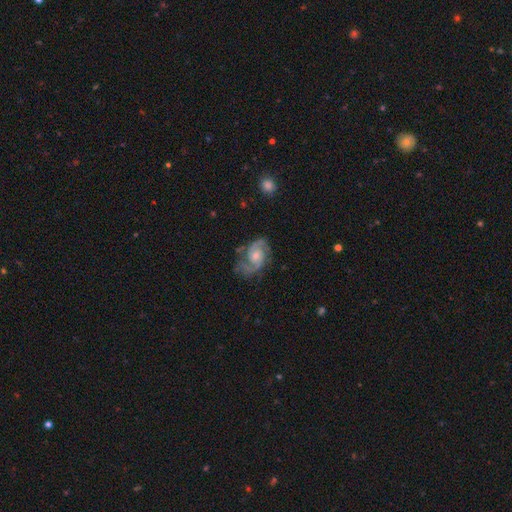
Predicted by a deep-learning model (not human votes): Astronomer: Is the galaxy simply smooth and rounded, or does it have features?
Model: featured or disk — 88%.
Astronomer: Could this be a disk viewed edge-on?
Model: no — 98%.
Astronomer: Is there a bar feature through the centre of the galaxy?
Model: no — 62%.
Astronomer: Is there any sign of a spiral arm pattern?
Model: yes — 97%.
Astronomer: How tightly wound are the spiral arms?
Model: medium — 53% (runner-up: tight, 33%).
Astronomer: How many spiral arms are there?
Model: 2 — 87%.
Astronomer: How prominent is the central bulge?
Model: small — 47% (runner-up: moderate, 46%).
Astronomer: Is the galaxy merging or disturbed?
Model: none — 68%.